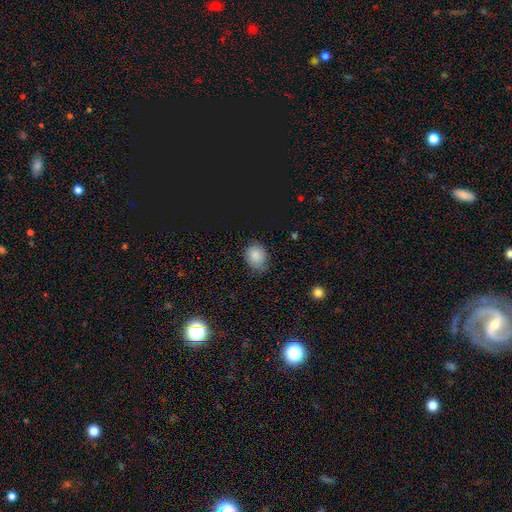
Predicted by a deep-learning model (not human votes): Morphology: type=smooth (84%); roundness=round (51%); merging=none (70%).